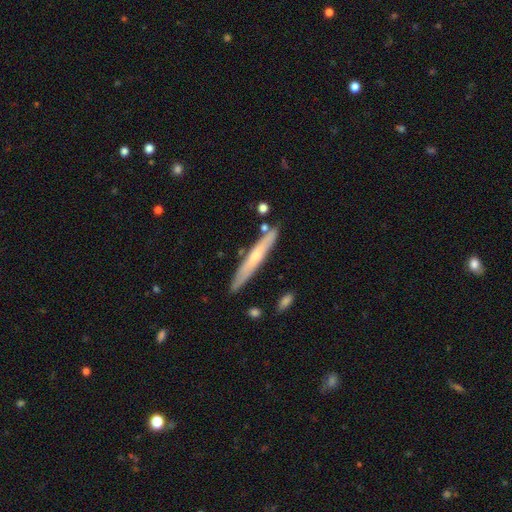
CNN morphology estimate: A featured or disk galaxy (49%). Merging: none (83%).